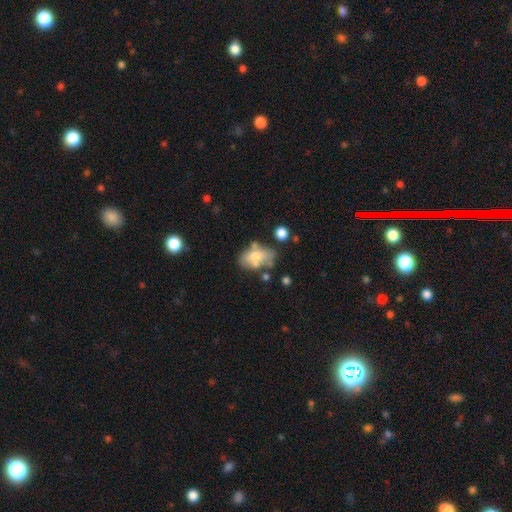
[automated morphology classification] type=smooth (57%); roundness=in between (87%); merging=none (39%).